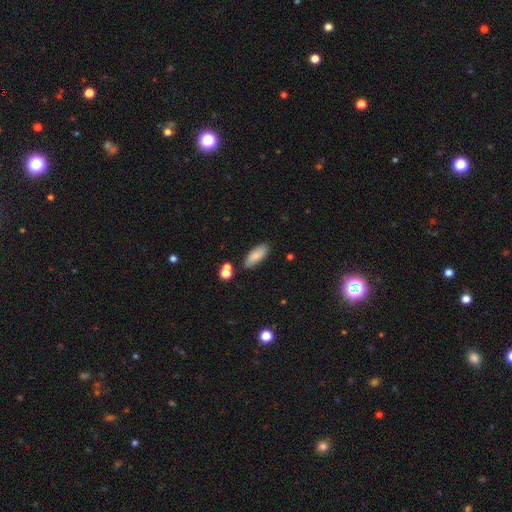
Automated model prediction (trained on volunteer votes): smooth 82%, featured or disk 11%, star or artifact 8%. Down the decision tree: how rounded — in between (75%); merging — none (81%).